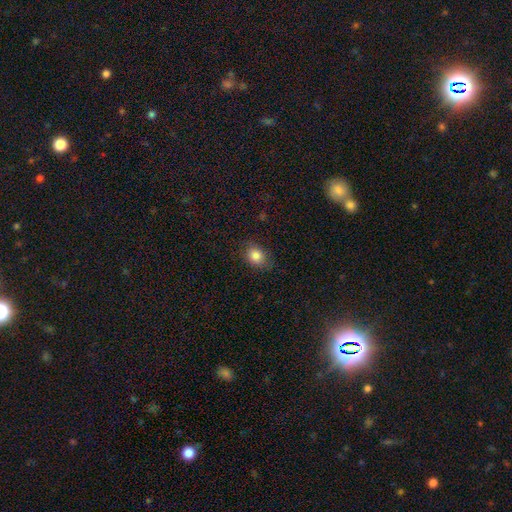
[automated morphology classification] This appears to be a smooth galaxy with no disk features (84%) that is in between round and cigar-shaped (50%). Merging: none (82%).